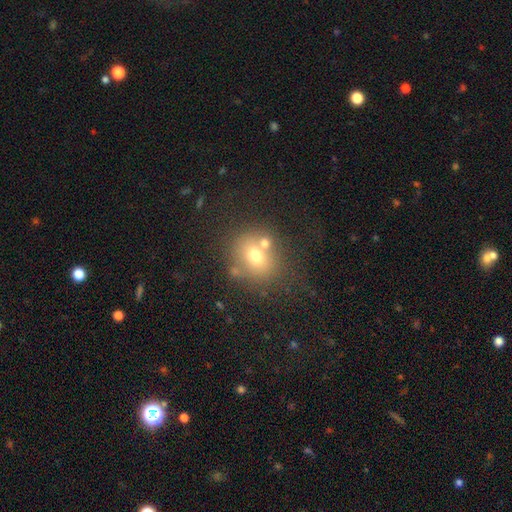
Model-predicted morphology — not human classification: A smooth galaxy with no disk features (66%) that is round (64%).

Vote fractions:
- Smooth or featured? smooth: 66% / featured or disk: 19% / star or artifact: 15%
- How rounded? round: 64% / in between: 35% / cigar-shaped: 1%
- Merging? none: 57% / merger: 25% / minor disturbance: 12% / major disturbance: 6%